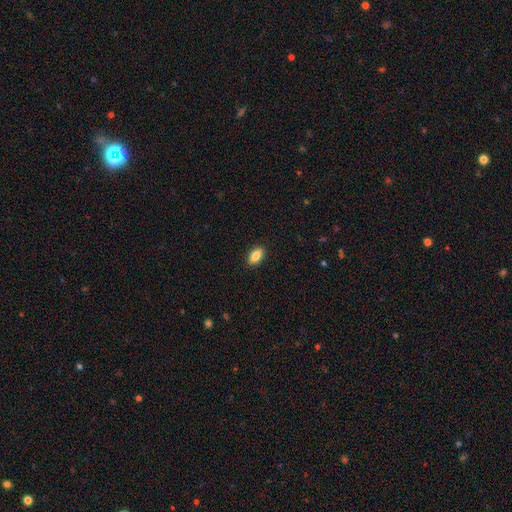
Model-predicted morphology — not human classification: smooth 84%, featured or disk 9%, star or artifact 7%. Down the decision tree: how rounded — in between (90%); merging — none (90%).